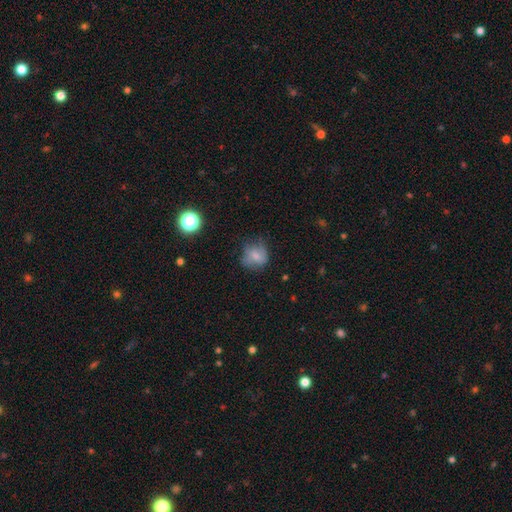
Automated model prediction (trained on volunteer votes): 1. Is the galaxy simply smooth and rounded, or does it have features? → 70% smooth, 18% featured or disk, 12% star or artifact.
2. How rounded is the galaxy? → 72% round, 27% in between, 1% cigar-shaped.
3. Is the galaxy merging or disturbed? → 58% none, 28% minor disturbance, 12% major disturbance, 2% merger.